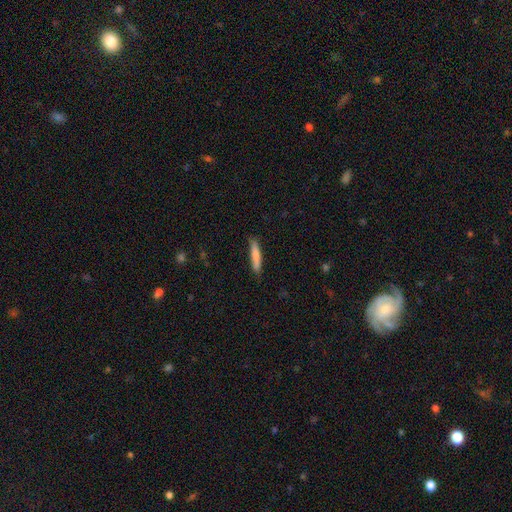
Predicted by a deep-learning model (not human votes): Smooth or featured? smooth (79%)
How rounded? cigar-shaped (90%)
Merging? none (85%)